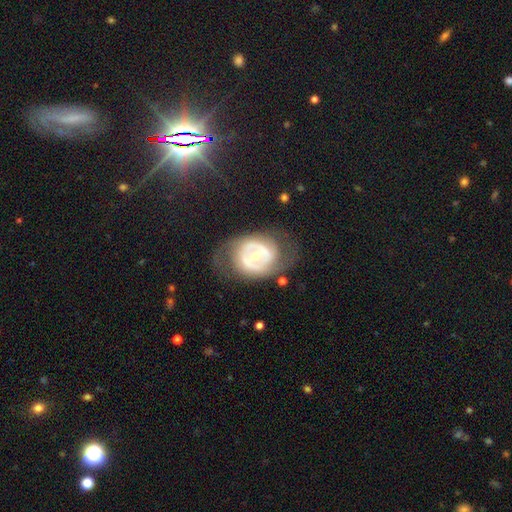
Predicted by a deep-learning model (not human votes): Overall: featured or disk (74%). Edge-on disk: no (95%). Bar: strong (42%; weak 40%). Spiral arms: yes (60%; no 40%). Bulge size: small (48%; moderate 40%). Merging: none (58%; minor disturbance 21%).